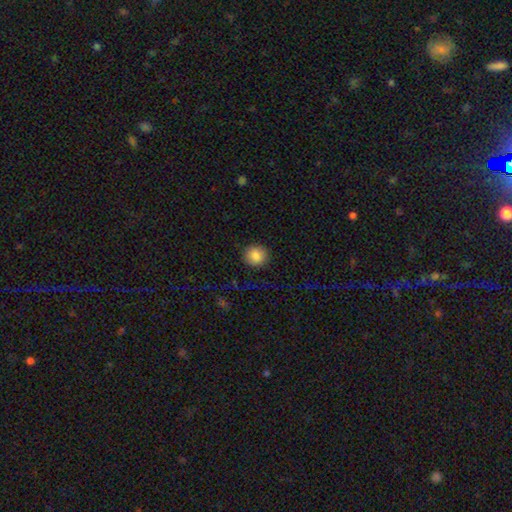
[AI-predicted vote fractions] Morphology: type=smooth (86%); roundness=round (89%); merging=none (90%).